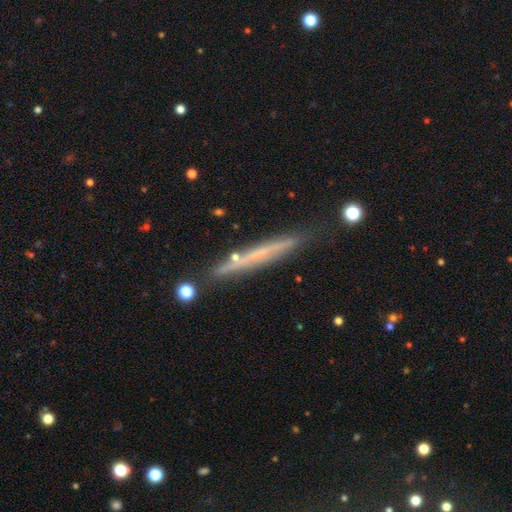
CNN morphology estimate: Overall: featured or disk (52%; smooth 40%). Edge-on disk: yes (92%). Merging: none (81%).